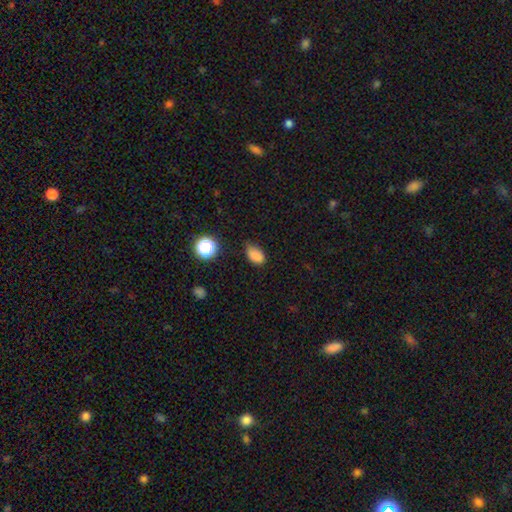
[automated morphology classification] smooth_or_featured: smooth (p=0.82) [alt: star or artifact p=0.14]
how_rounded: in between (p=0.84) [alt: round p=0.15]
merging: none (p=0.61) [alt: minor disturbance p=0.31]